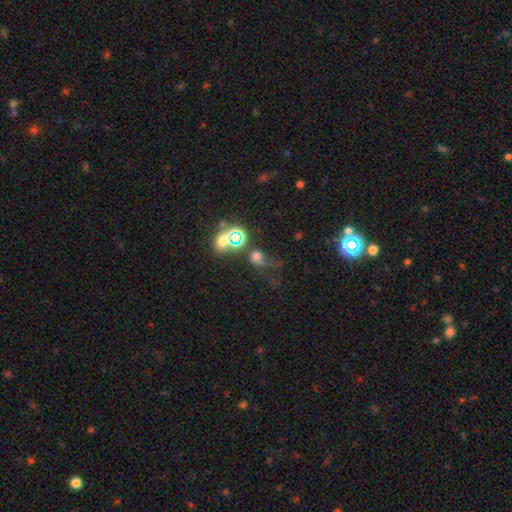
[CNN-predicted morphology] The model was most divided on "merging": none: 36%, major disturbance: 31%, minor disturbance: 18%, merger: 15%. Remaining: smooth or featured — smooth (48%).